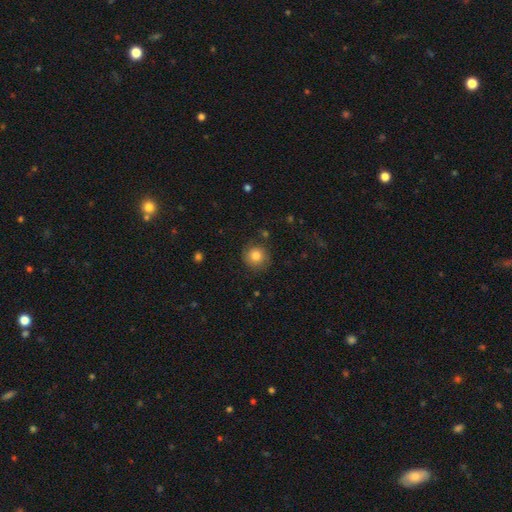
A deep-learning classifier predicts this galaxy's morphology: Smooth or featured: smooth — 82% (star or artifact — 10%)
How rounded: round — 92% (in between — 7%)
Merging: none — 86% (minor disturbance — 10%)